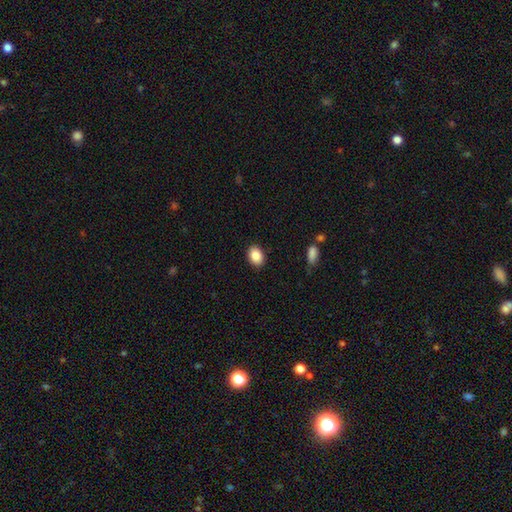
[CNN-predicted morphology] Smooth or featured?
  - smooth: 87% *
  - star or artifact: 8%
  - featured or disk: 5%
How rounded?
  - in between: 76% *
  - round: 23%
  - cigar-shaped: 1%
Merging?
  - none: 88% *
  - minor disturbance: 9%
  - major disturbance: 2%
  - merger: 1%